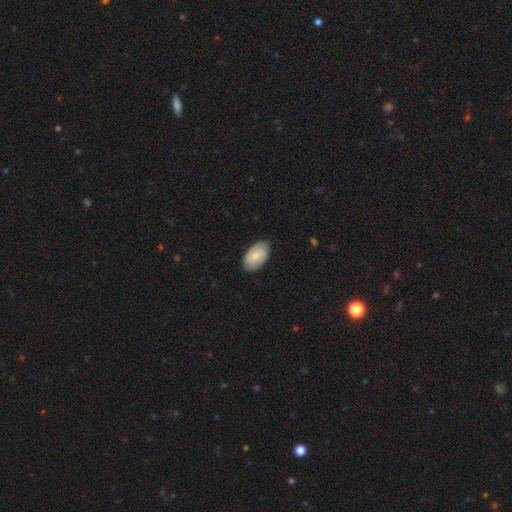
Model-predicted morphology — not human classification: Smooth or featured? featured or disk (49%)
Merging? none (80%)